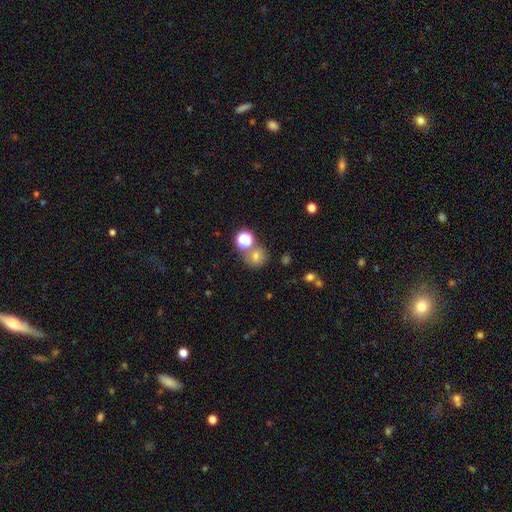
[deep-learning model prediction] Overall: smooth (58%; star or artifact 30%). How rounded: round (85%). Merging: none (66%).